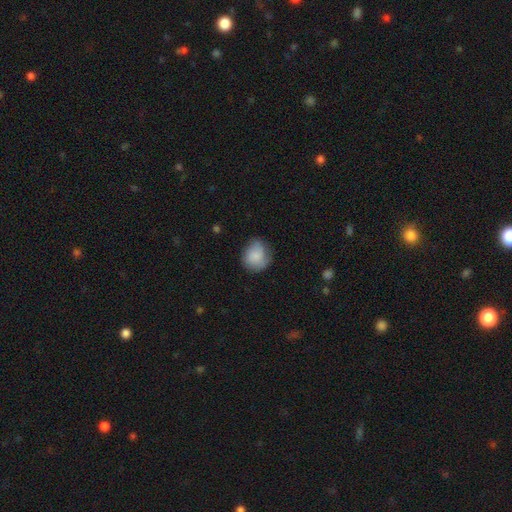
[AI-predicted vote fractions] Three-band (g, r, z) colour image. It shows a smooth galaxy with no disk features (80%) that is round (72%). Merging: none (63%).